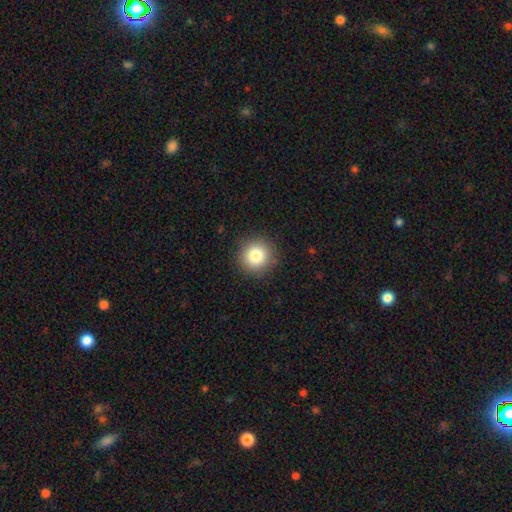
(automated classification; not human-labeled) Smooth or featured?
  - smooth: 83% *
  - star or artifact: 11%
  - featured or disk: 7%
How rounded?
  - round: 95% *
  - in between: 4%
  - cigar-shaped: 1%
Merging?
  - none: 91% *
  - minor disturbance: 6%
  - major disturbance: 2%
  - merger: 1%